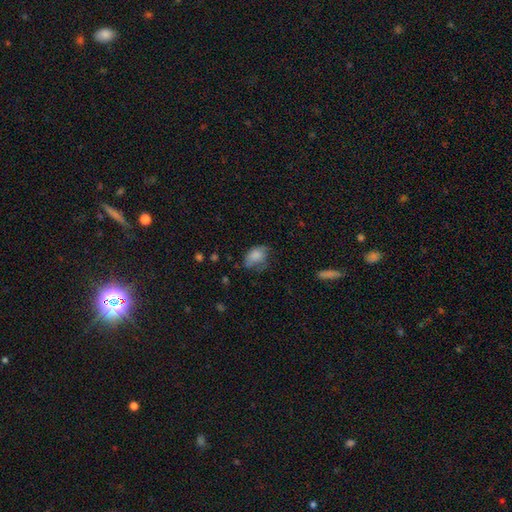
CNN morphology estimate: Q: Smooth or featured?
A: smooth (79%); runner-up: featured or disk (12%)
Q: How rounded?
A: in between (83%); runner-up: round (15%)
Q: Merging?
A: none (46%); runner-up: minor disturbance (35%)